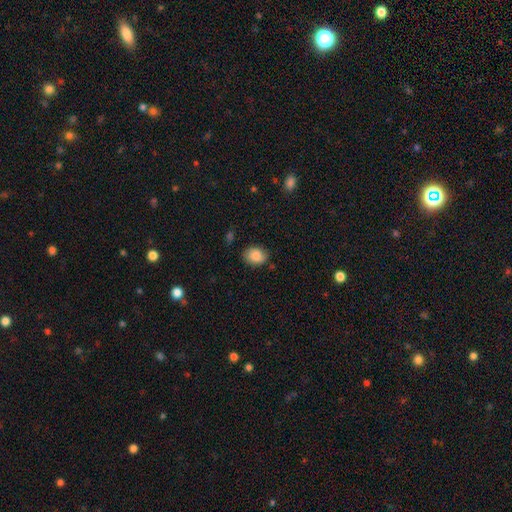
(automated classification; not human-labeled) Smooth or featured: smooth — 85% (star or artifact — 8%)
How rounded: in between — 63% (round — 36%)
Merging: none — 76% (minor disturbance — 19%)